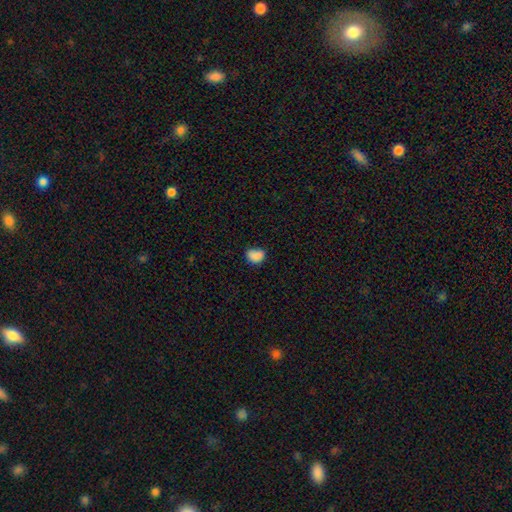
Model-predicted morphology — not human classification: Smooth or featured?
  - smooth: 86% *
  - star or artifact: 10%
  - featured or disk: 4%
How rounded?
  - in between: 67% *
  - round: 32%
  - cigar-shaped: 1%
Merging?
  - none: 58% *
  - minor disturbance: 32%
  - major disturbance: 7%
  - merger: 3%